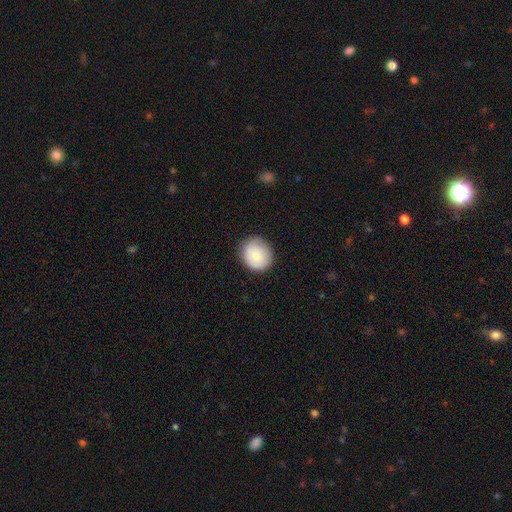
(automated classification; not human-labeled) A smooth galaxy with no disk features (80%) that is round (80%). Merging: none (82%).